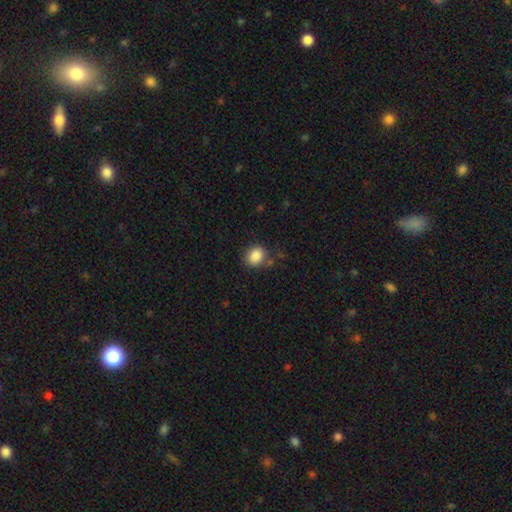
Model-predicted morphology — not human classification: This appears to be a smooth galaxy with no disk features (87%) that is round (62%). Merging: none (76%).